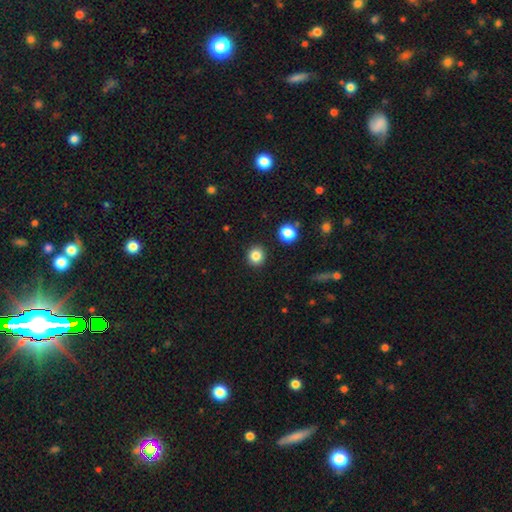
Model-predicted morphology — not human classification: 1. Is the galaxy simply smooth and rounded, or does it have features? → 84% smooth, 11% star or artifact, 5% featured or disk.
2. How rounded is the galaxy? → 89% round, 10% in between, 1% cigar-shaped.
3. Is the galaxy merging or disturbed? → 92% none, 5% minor disturbance, 2% major disturbance, 2% merger.